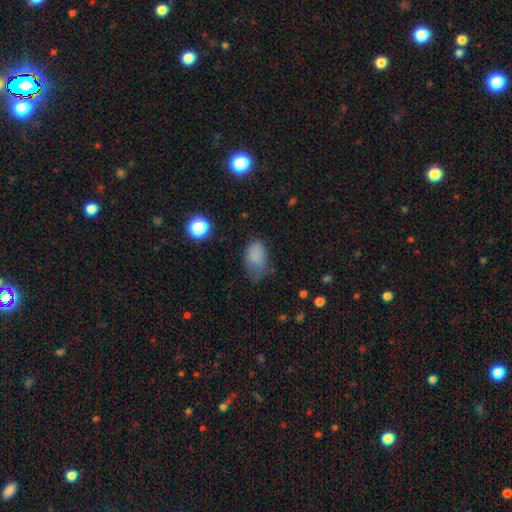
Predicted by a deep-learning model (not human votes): Morphology: type=smooth (79%); roundness=in between (89%); merging=none (40%).